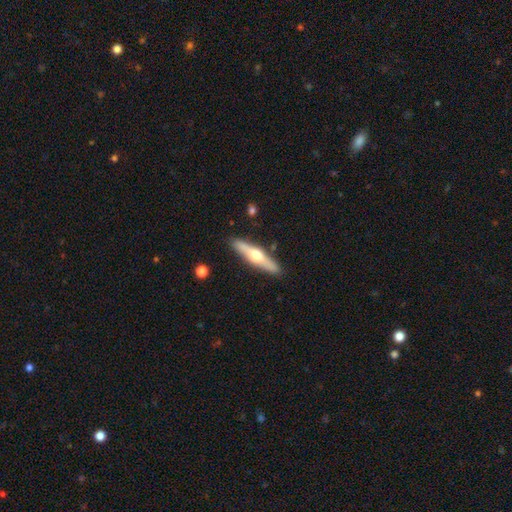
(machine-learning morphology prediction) Smooth or featured?
  - featured or disk: 59% *
  - smooth: 36%
  - star or artifact: 5%
Edge-on disk?
  - yes: 93% *
  - no: 7%
Edge-on bulge?
  - rounded: 93% *
  - none: 4%
  - boxy: 4%
Merging?
  - none: 88% *
  - minor disturbance: 8%
  - merger: 2%
  - major disturbance: 2%